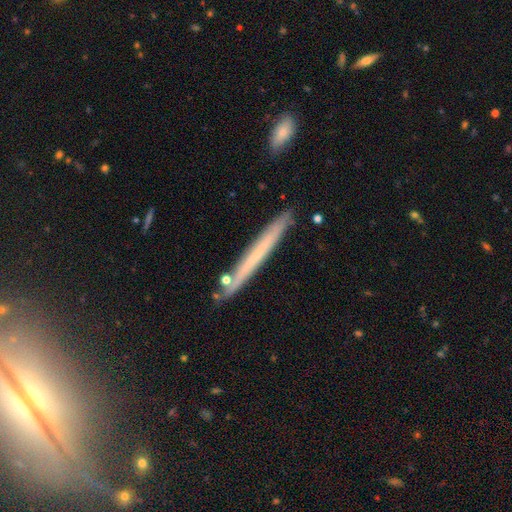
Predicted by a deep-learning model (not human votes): smooth-or-featured: smooth: 49% | featured or disk: 43% | star or artifact: 8%
  merging: none: 84% | minor disturbance: 11% | merger: 3% | major disturbance: 2%